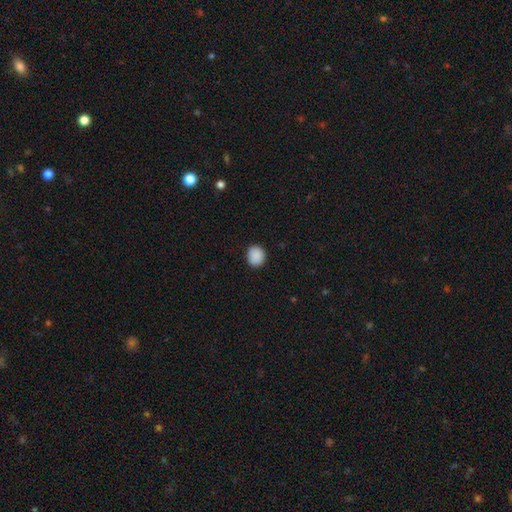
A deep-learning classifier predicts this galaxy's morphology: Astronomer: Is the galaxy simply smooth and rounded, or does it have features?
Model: smooth — 89%.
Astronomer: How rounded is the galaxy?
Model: round — 69%.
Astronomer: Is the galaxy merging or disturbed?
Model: none — 88%.